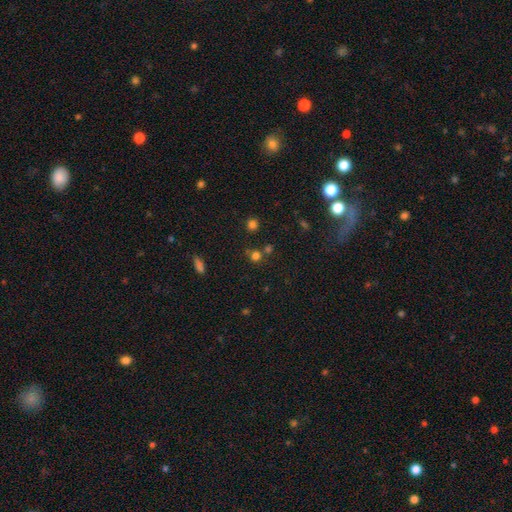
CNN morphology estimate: This appears to be a smooth galaxy with no disk features (70%) that is round (87%). Merging: none (64%).